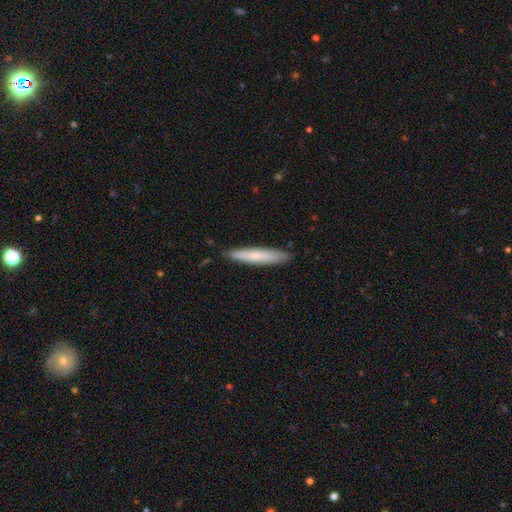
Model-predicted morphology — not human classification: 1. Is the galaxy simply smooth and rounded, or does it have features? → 72% smooth, 22% featured or disk, 6% star or artifact.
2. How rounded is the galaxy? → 92% cigar-shaped, 6% in between, 1% round.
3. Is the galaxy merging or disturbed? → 88% none, 10% minor disturbance, 2% major disturbance, 1% merger.